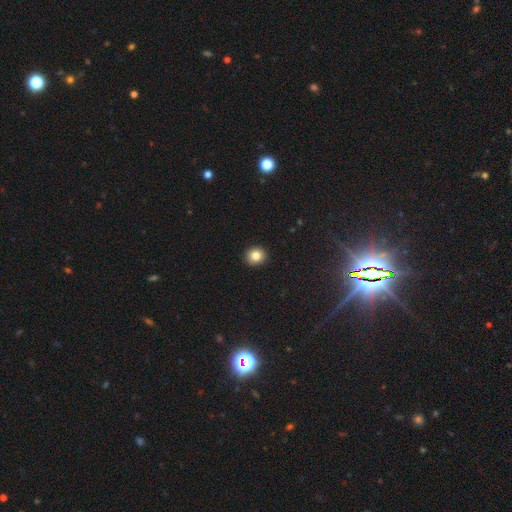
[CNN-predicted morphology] A smooth galaxy with no disk features (83%) that is round (85%).

Vote fractions:
- Smooth or featured? smooth: 83% / star or artifact: 11% / featured or disk: 6%
- How rounded? round: 85% / in between: 14% / cigar-shaped: 1%
- Merging? none: 90% / minor disturbance: 7% / major disturbance: 2% / merger: 1%